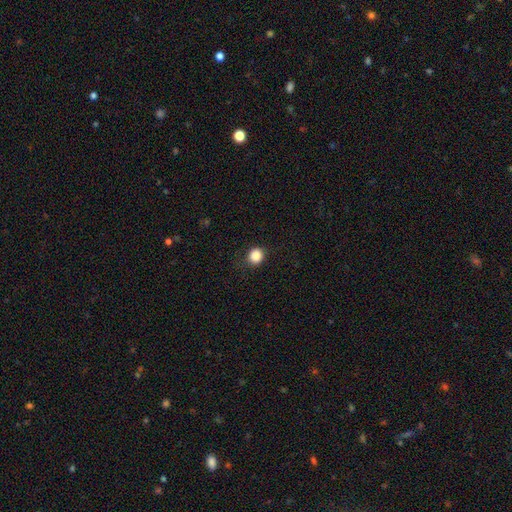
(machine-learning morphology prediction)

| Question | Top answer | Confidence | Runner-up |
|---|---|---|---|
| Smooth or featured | smooth | 86% | star or artifact (10%) |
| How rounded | round | 84% | in between (15%) |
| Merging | none | 84% | minor disturbance (12%) |